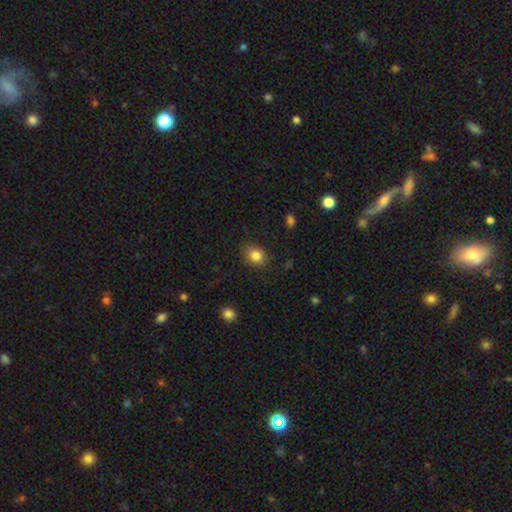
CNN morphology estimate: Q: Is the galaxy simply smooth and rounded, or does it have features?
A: smooth — 84%.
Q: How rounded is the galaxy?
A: round — 51%.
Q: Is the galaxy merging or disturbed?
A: none — 83%.